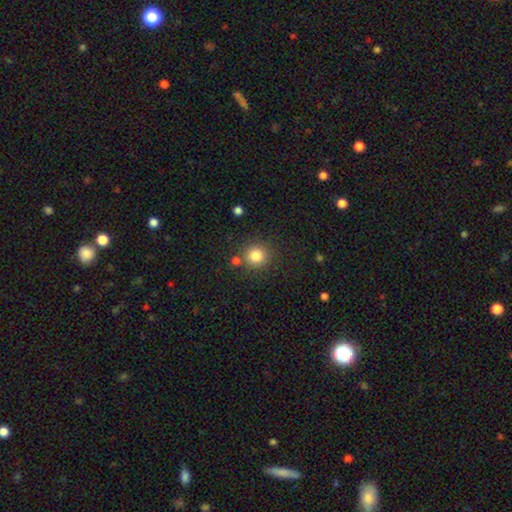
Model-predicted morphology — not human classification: Smooth or featured? Predicted: smooth (p=0.83). How rounded? Predicted: round (p=0.91). Merging? Predicted: none (p=0.80).